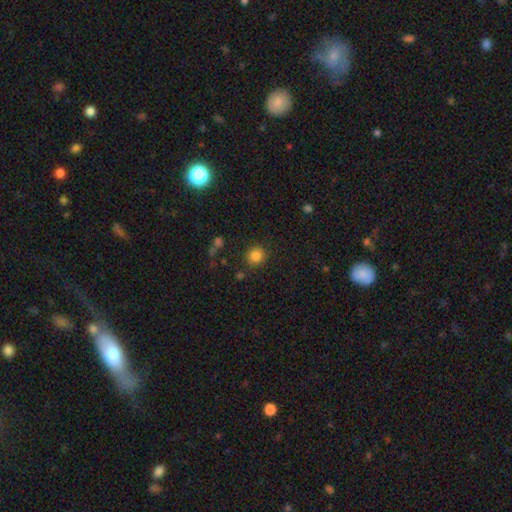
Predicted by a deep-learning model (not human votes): Q: Smooth or featured?
A: smooth (83%); runner-up: star or artifact (12%)
Q: How rounded?
A: round (90%); runner-up: in between (9%)
Q: Merging?
A: none (85%); runner-up: minor disturbance (8%)